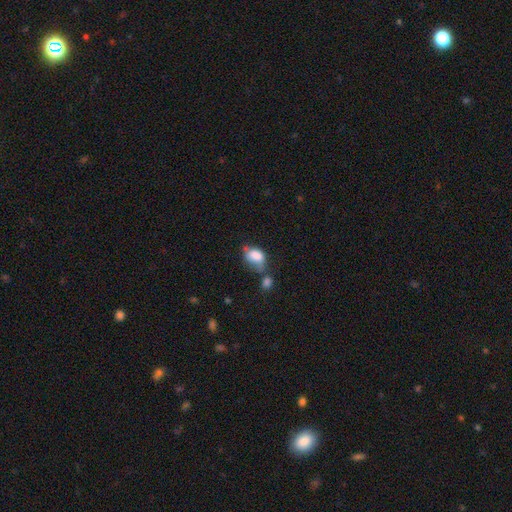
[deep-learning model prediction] The model was most divided on "merging": merger: 33%, none: 26%, minor disturbance: 24%, major disturbance: 16%. More confident: smooth or featured — smooth (79%); how rounded — in between (77%).